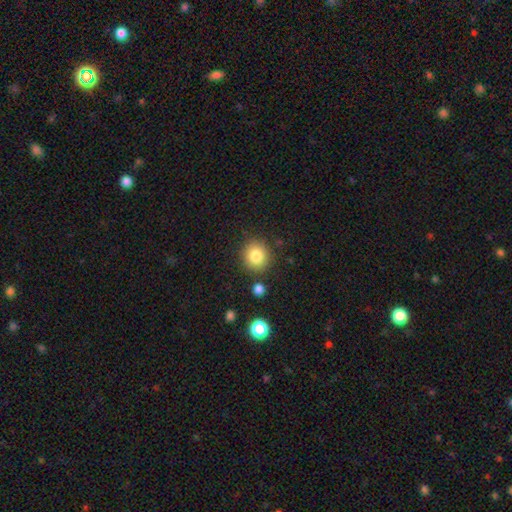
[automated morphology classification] Overall: smooth (83%). How rounded: round (85%). Merging: none (84%).